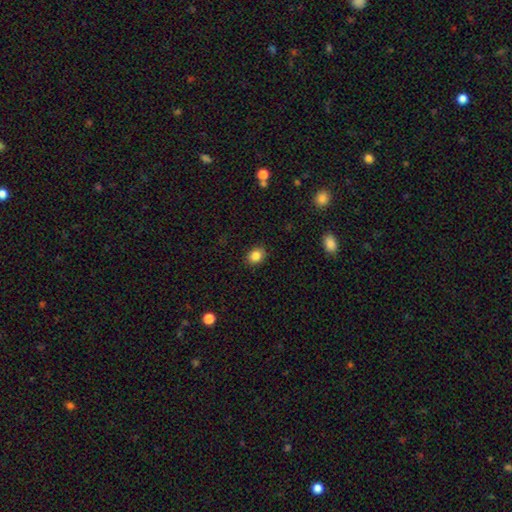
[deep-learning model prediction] This is clearly a smooth galaxy (85%). How rounded: possibly round (53%). Merging: clearly none (89%).